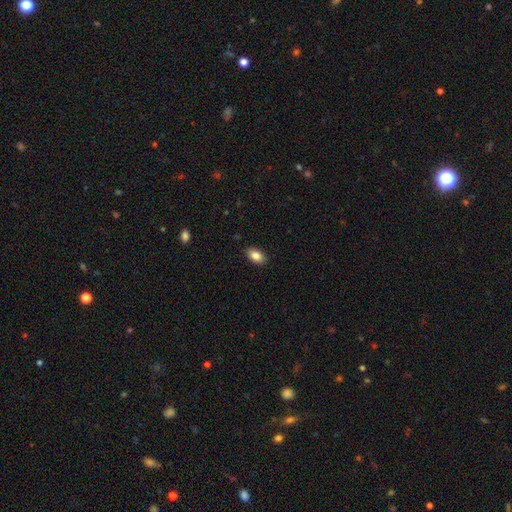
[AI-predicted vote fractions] A smooth galaxy with no disk features (84%) that is in between round and cigar-shaped (92%). Merging: none (89%).